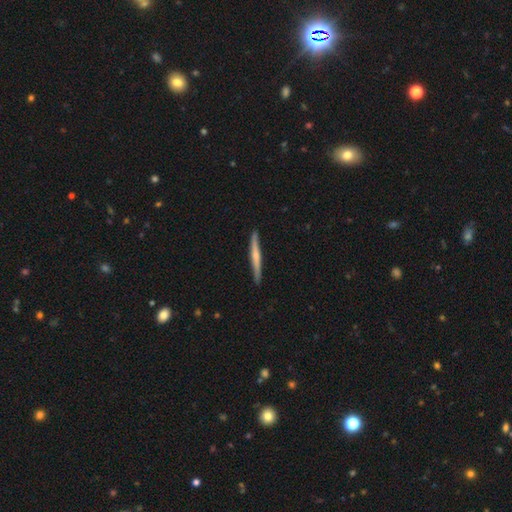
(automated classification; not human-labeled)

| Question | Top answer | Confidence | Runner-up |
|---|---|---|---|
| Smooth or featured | featured or disk | 57% | smooth (38%) |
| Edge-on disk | yes | 96% | no (4%) |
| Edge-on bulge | rounded | 60% | none (34%) |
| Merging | none | 89% | minor disturbance (9%) |